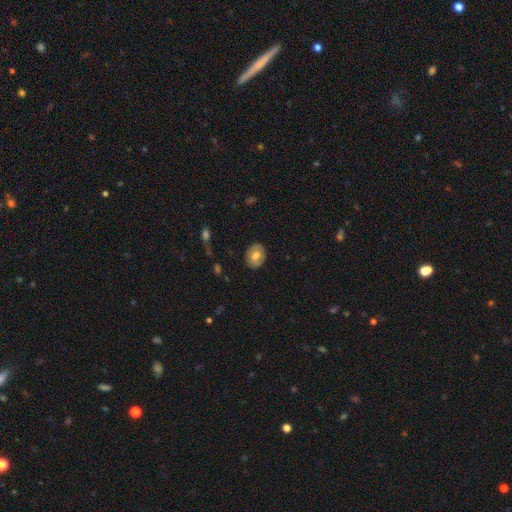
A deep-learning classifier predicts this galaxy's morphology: This appears to be a smooth galaxy with no disk features (67%) that is in between round and cigar-shaped (58%). Merging: none (85%).